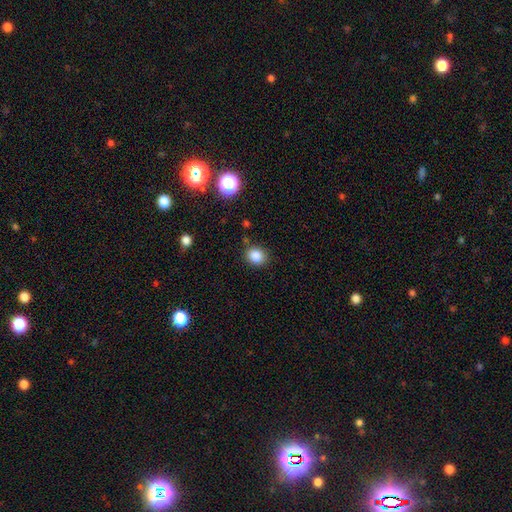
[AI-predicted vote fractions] This is clearly a smooth galaxy (85%). How rounded: likely round (71%). Merging: clearly none (84%).